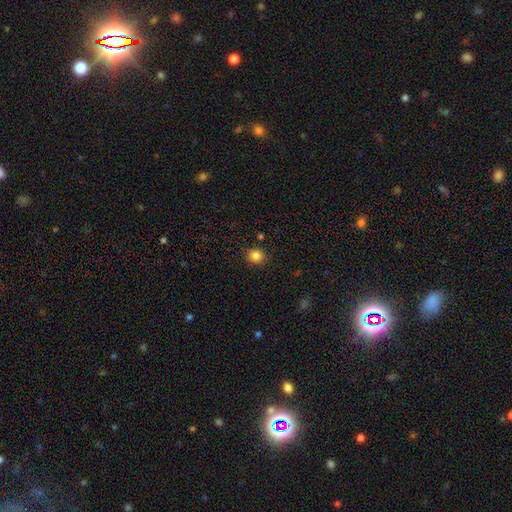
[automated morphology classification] smooth-or-featured: smooth: 85% | star or artifact: 11% | featured or disk: 4%
  how-rounded: round: 90% | in between: 9% | cigar-shaped: 1%
  merging: none: 89% | minor disturbance: 7% | major disturbance: 2% | merger: 2%